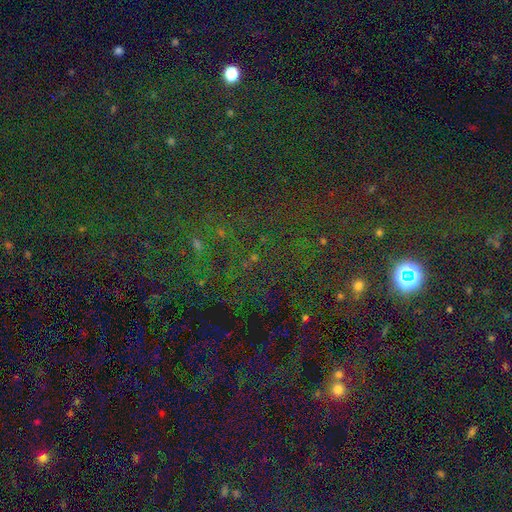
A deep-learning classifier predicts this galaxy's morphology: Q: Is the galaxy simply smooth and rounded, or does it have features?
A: star or artifact — 77%.